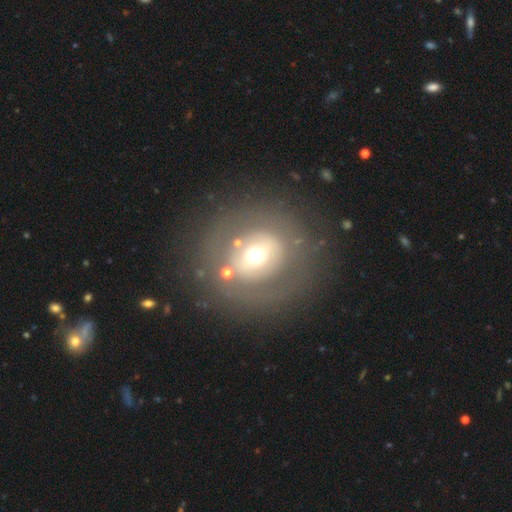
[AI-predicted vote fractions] Smooth or featured? Predicted: featured or disk (p=0.45). Merging? Predicted: none (p=0.77).